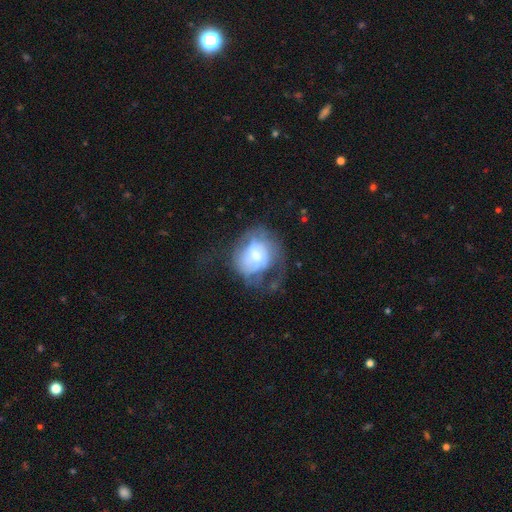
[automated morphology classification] featured or disk 55%, smooth 37%, star or artifact 8%. Down the decision tree: edge-on disk — no (97%); bar — no (55%); spiral arms — yes (69%); bulge size — moderate (47%); merging — none (37%, tied with major disturbance).